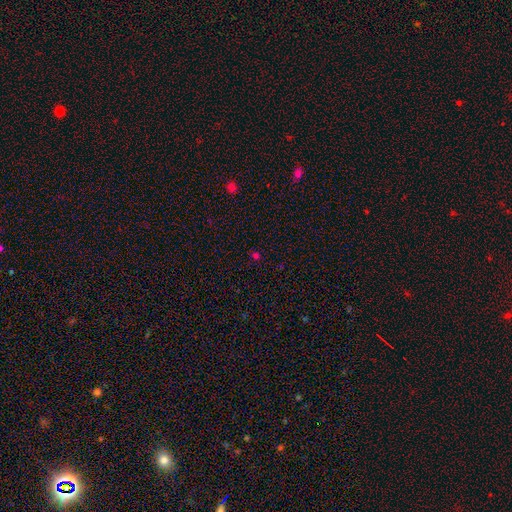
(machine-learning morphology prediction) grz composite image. It shows a smooth galaxy with no disk features (51%) that is round (73%). Merging: none (81%).